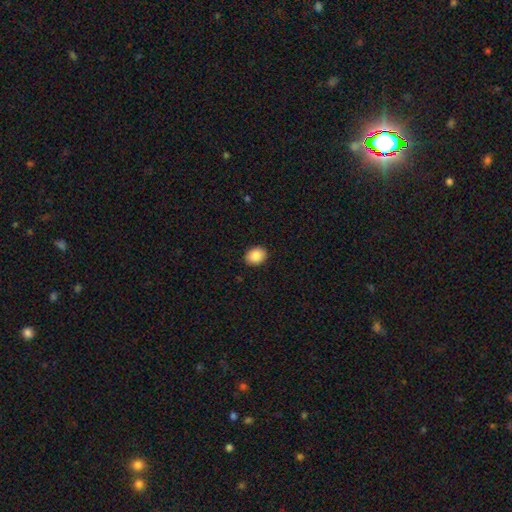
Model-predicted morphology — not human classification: smooth_or_featured: smooth (p=0.88) [alt: star or artifact p=0.08]
how_rounded: in between (p=0.58) [alt: round p=0.41]
merging: none (p=0.90) [alt: minor disturbance p=0.07]